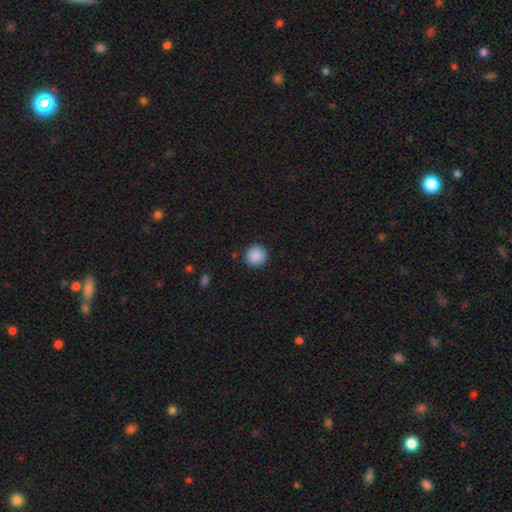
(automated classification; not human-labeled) Smooth or featured? smooth (89%)
How rounded? round (94%)
Merging? none (91%)